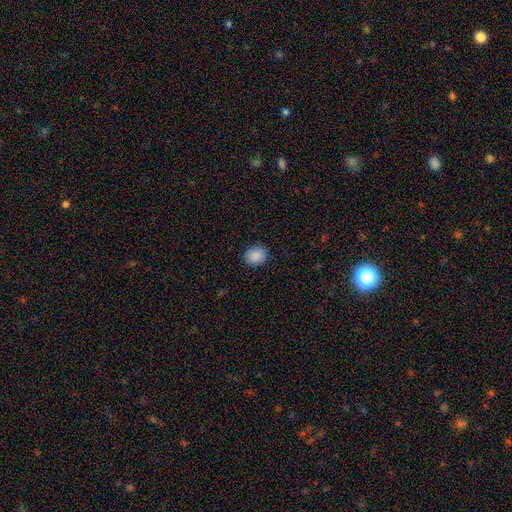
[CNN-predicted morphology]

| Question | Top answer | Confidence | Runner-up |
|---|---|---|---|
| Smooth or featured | smooth | 89% | star or artifact (8%) |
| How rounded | round | 68% | in between (31%) |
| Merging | none | 89% | minor disturbance (8%) |